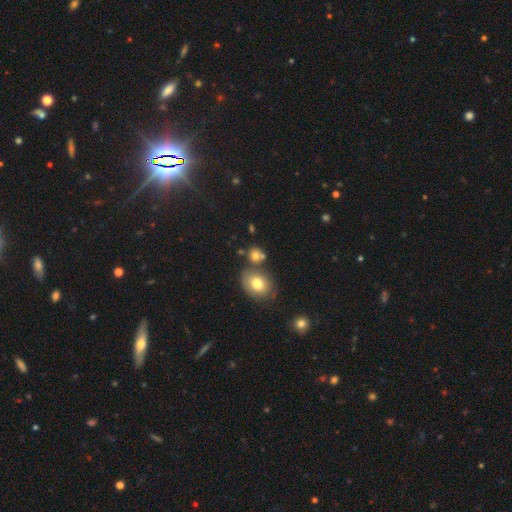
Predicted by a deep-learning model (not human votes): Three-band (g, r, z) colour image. It shows a smooth galaxy with no disk features (75%) that is round (69%). Merging: none (59%).